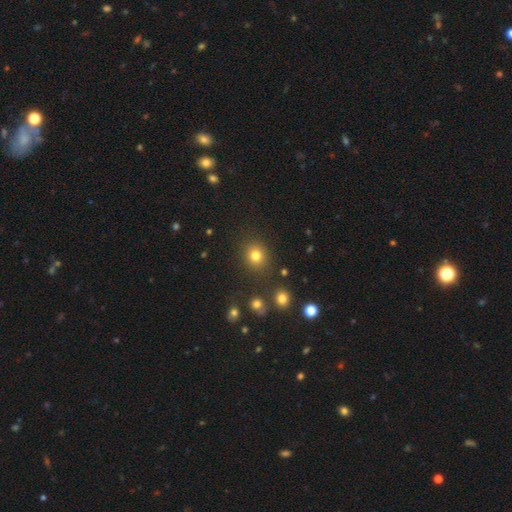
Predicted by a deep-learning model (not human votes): Smooth or featured: smooth — 79% (star or artifact — 15%)
How rounded: round — 81% (in between — 19%)
Merging: none — 85% (minor disturbance — 8%)